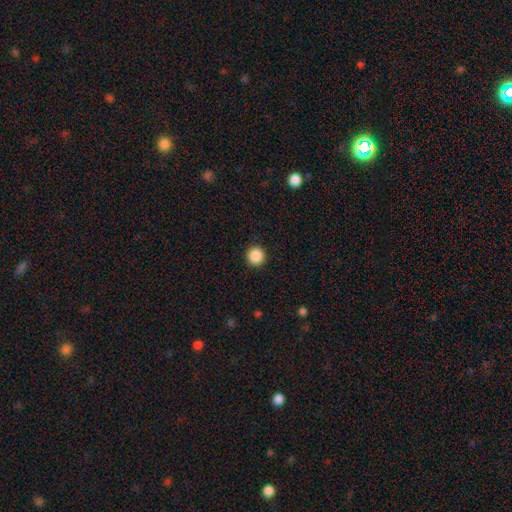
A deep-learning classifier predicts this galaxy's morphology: Smooth or featured? Predicted: smooth (p=0.88). How rounded? Predicted: round (p=0.95). Merging? Predicted: none (p=0.92).